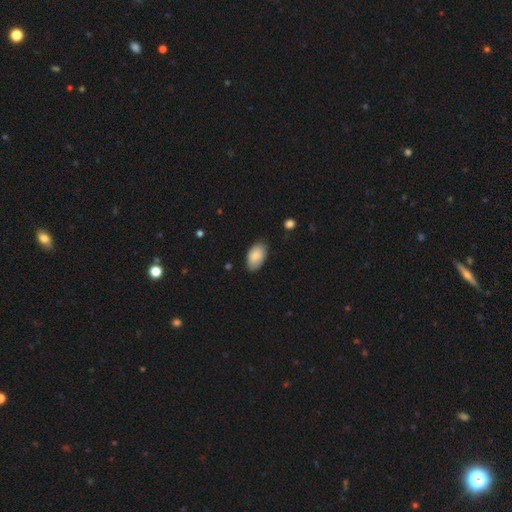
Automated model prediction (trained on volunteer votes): smooth_or_featured: smooth (p=0.87) [alt: featured or disk p=0.07]
how_rounded: in between (p=0.94) [alt: round p=0.04]
merging: none (p=0.80) [alt: minor disturbance p=0.16]